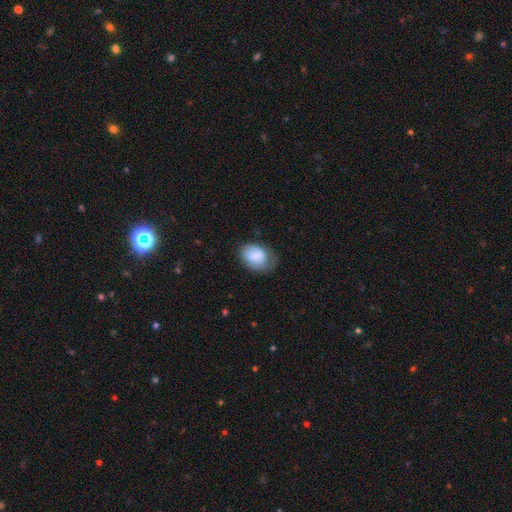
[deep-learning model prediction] Smooth or featured: smooth — 83% (featured or disk — 11%)
How rounded: in between — 77% (round — 22%)
Merging: none — 55% (minor disturbance — 31%)